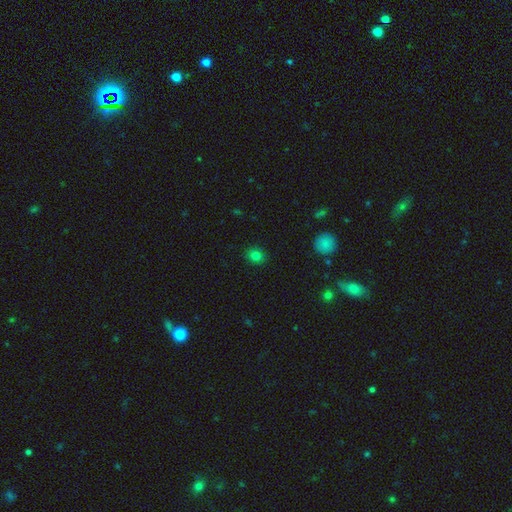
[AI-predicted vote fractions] Smooth or featured?
  - smooth: 80% *
  - star or artifact: 14%
  - featured or disk: 6%
How rounded?
  - round: 72% *
  - in between: 27%
  - cigar-shaped: 1%
Merging?
  - none: 90% *
  - minor disturbance: 7%
  - major disturbance: 2%
  - merger: 1%